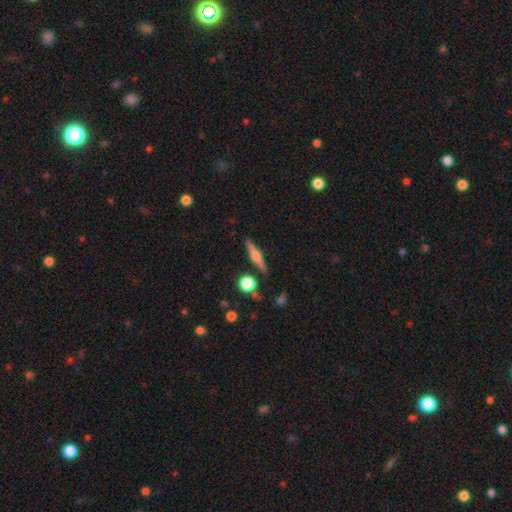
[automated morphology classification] smooth-or-featured: featured or disk: 62% | smooth: 31% | star or artifact: 7%
  disk-edge-on: yes: 97% | no: 3%
    edge-on-bulge: rounded: 87% | boxy: 9% | none: 4%
  merging: none: 87% | minor disturbance: 8% | merger: 3% | major disturbance: 2%